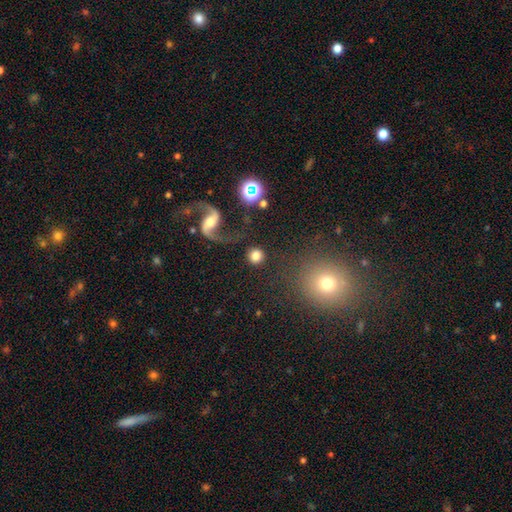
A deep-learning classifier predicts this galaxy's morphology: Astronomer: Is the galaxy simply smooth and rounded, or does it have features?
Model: smooth — 74%.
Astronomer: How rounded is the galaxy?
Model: round — 93%.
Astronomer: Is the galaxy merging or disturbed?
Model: none — 83%.